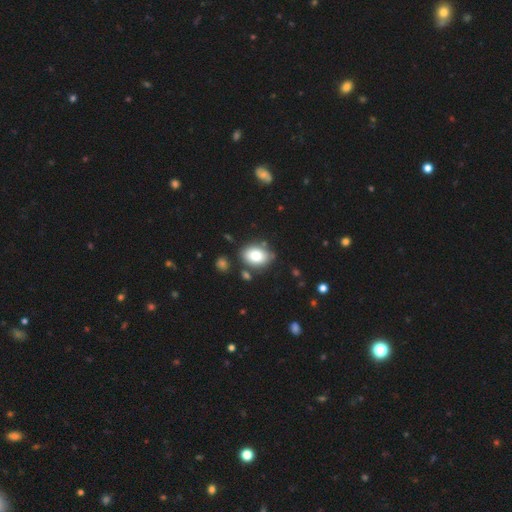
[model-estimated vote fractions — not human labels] Smooth or featured?
  - smooth: 81% *
  - featured or disk: 11%
  - star or artifact: 8%
How rounded?
  - in between: 80% *
  - round: 19%
  - cigar-shaped: 1%
Merging?
  - none: 76% *
  - minor disturbance: 13%
  - merger: 7%
  - major disturbance: 4%